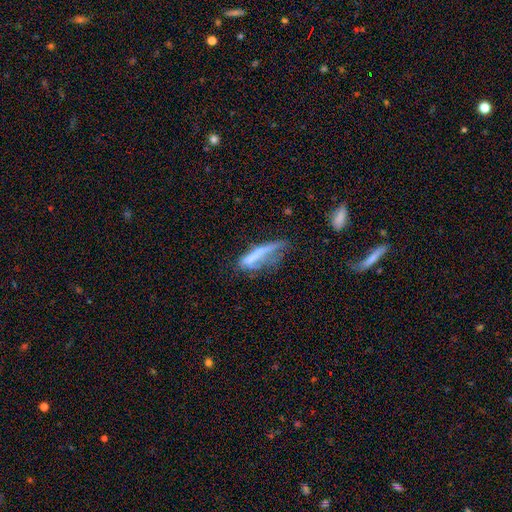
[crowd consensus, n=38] Smooth or featured? smooth (50%)
How rounded? cigar-shaped (68%)
Merging? minor disturbance (38%)